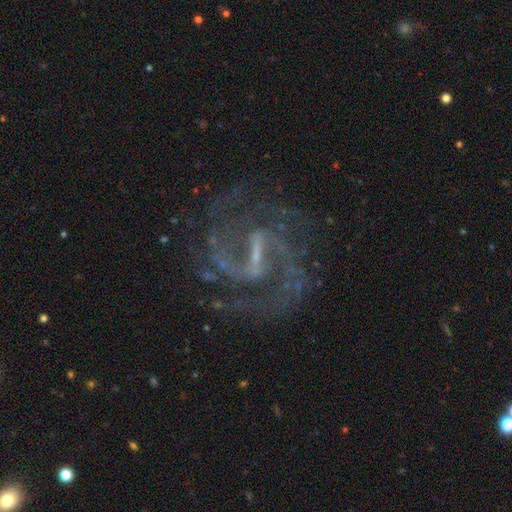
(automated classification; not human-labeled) smooth_or_featured: featured or disk (p=0.91) [alt: star or artifact p=0.06]
disk_edge_on: no (p=0.97) [alt: yes p=0.03]
bar: strong (p=0.56) [alt: weak p=0.37]
has_spiral_arms: yes (p=0.98) [alt: no p=0.02]
spiral_winding: medium (p=0.61) [alt: tight p=0.23]
spiral_arm_count: 2 (p=0.85) [alt: 3 p=0.05]
bulge_size: small (p=0.57) [alt: none p=0.28]
merging: none (p=0.75) [alt: minor disturbance p=0.13]